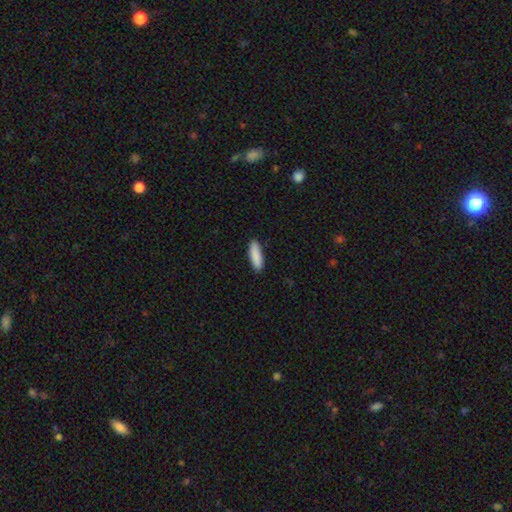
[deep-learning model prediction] Smooth or featured?
  - smooth: 89% *
  - star or artifact: 6%
  - featured or disk: 5%
How rounded?
  - cigar-shaped: 59% *
  - in between: 40%
  - round: 2%
Merging?
  - none: 90% *
  - minor disturbance: 7%
  - major disturbance: 2%
  - merger: 1%